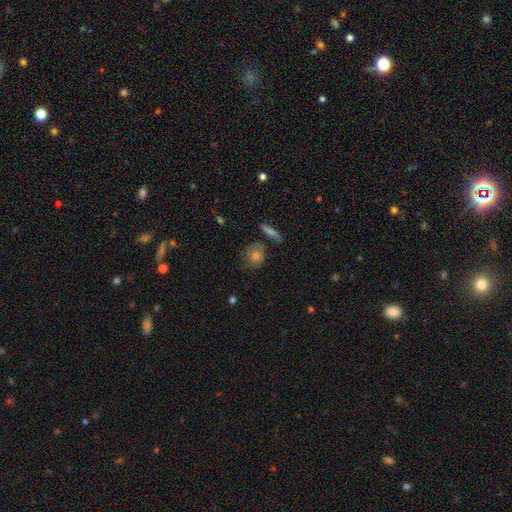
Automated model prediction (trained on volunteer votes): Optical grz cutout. It shows a smooth galaxy with no disk features (53%) that is round (75%). Merging: none (69%).